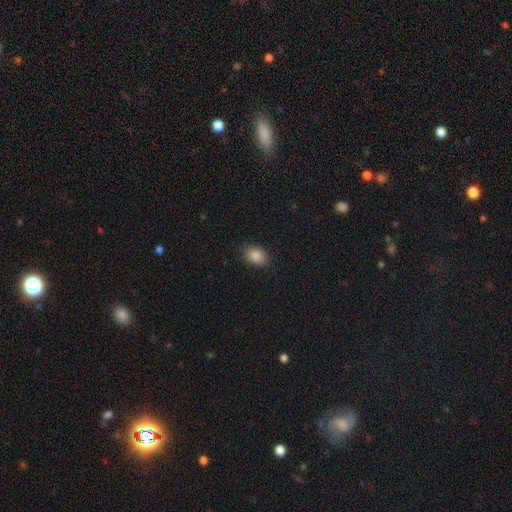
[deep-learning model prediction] smooth 88%, star or artifact 8%, featured or disk 4%. Down the decision tree: how rounded — in between (80%); merging — none (87%).